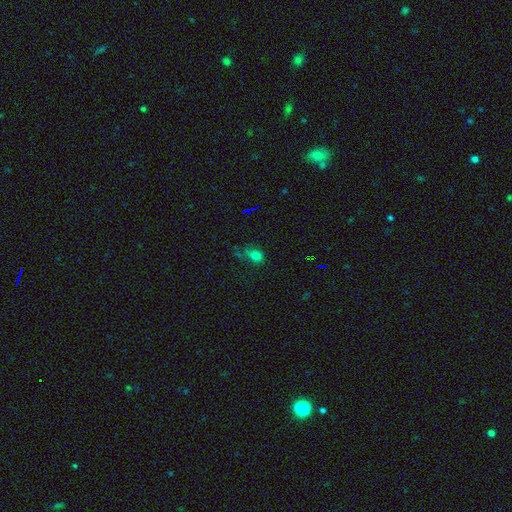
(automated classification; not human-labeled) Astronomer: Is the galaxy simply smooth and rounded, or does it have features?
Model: smooth — 69%.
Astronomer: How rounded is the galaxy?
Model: in between — 60% (runner-up: round, 37%).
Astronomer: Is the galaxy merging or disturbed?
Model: none — 50% (runner-up: minor disturbance, 25%).